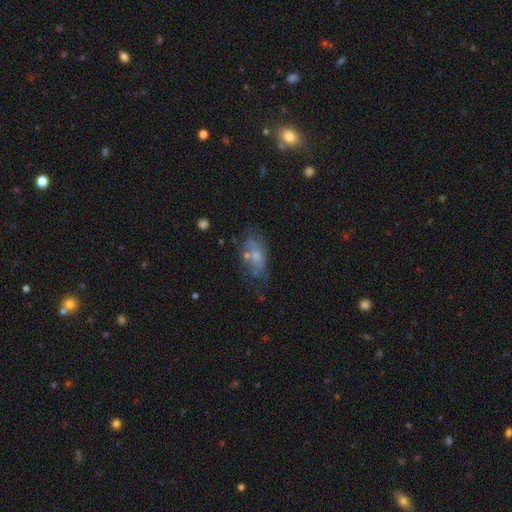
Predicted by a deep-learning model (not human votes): This is possibly a smooth galaxy (51%). How rounded: clearly in between (83%). Merging: marginally none (44%).